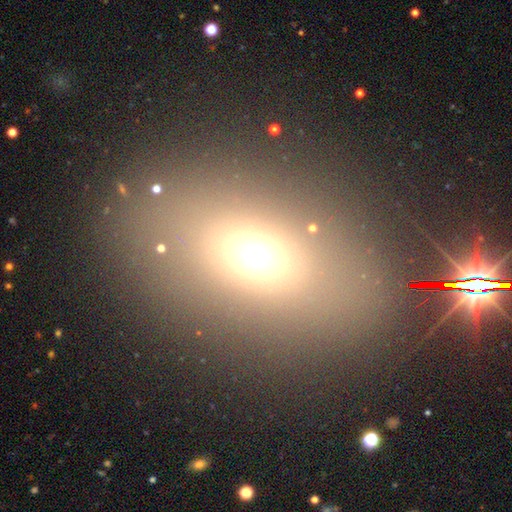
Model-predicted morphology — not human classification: Smooth or featured? Predicted: smooth (p=0.63). How rounded? Predicted: in between (p=0.68). Merging? Predicted: none (p=0.81).